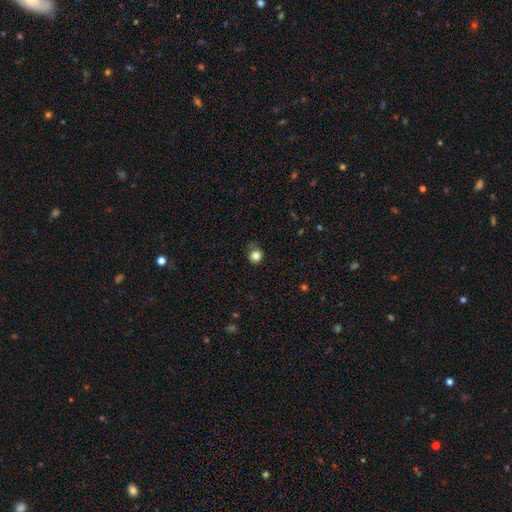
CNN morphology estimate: This appears to be a smooth galaxy with no disk features (83%) that is round (85%). Merging: none (68%).